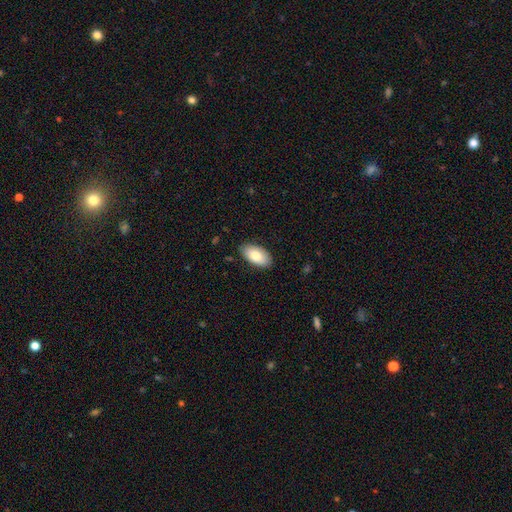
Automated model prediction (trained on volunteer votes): This appears to be a smooth galaxy with no disk features (82%) that is in between round and cigar-shaped (95%). Merging: none (87%).